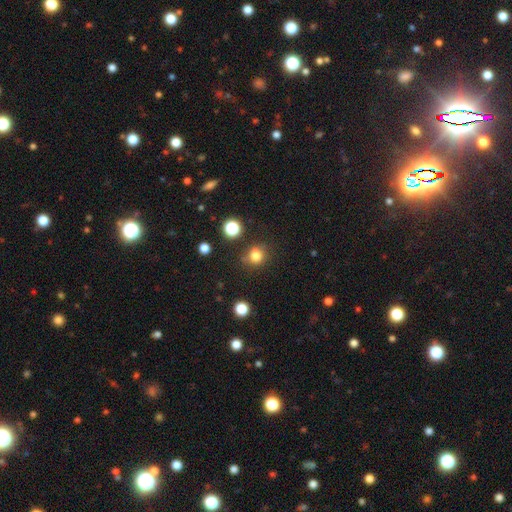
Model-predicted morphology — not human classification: A smooth galaxy with no disk features (80%) that is round (84%).

Vote fractions:
- Smooth or featured? smooth: 80% / star or artifact: 15% / featured or disk: 6%
- How rounded? round: 84% / in between: 15% / cigar-shaped: 1%
- Merging? none: 78% / minor disturbance: 14% / merger: 5% / major disturbance: 4%